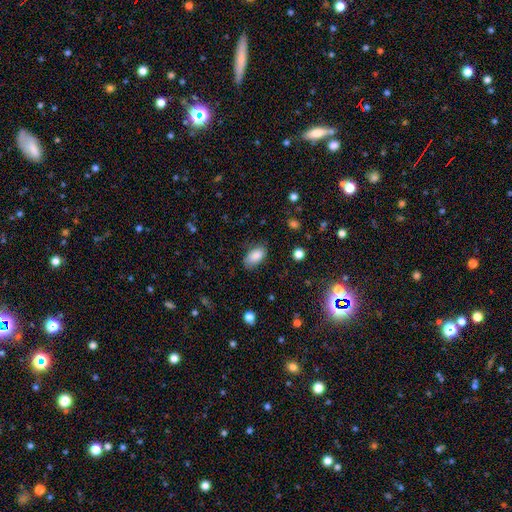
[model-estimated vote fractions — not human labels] A smooth galaxy with no disk features (86%) that is in between round and cigar-shaped (93%).

Vote fractions:
- Smooth or featured? smooth: 86% / star or artifact: 8% / featured or disk: 7%
- How rounded? in between: 93% / round: 4% / cigar-shaped: 2%
- Merging? none: 76% / minor disturbance: 19% / major disturbance: 4% / merger: 1%